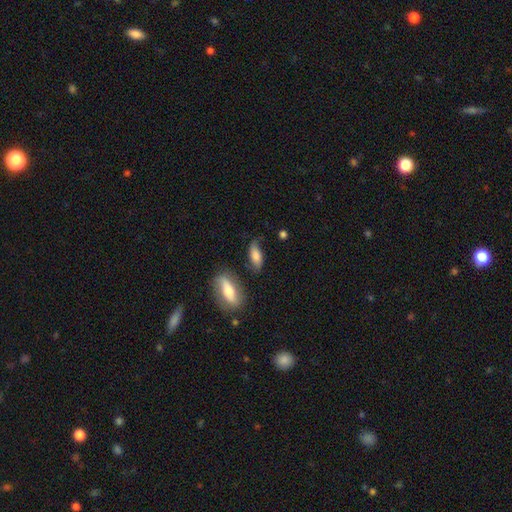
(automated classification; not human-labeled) smooth 68%, featured or disk 24%, star or artifact 8%. Down the decision tree: how rounded — in between (76%); merging — none (60%).